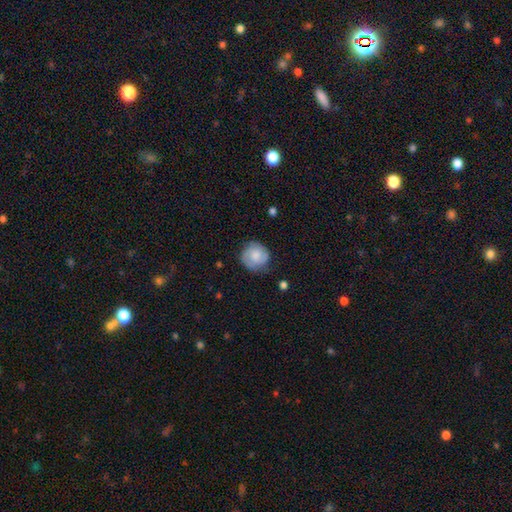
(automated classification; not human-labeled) The model was most divided on "smooth or featured": smooth: 55%, featured or disk: 38%, star or artifact: 7%. More confident: how rounded — round (86%); merging — none (73%).